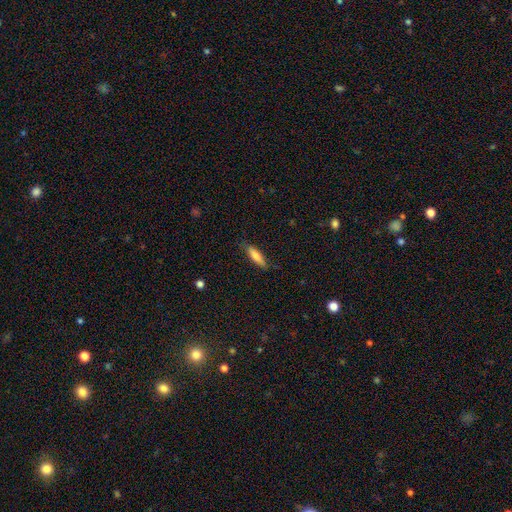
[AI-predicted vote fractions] smooth 77%, featured or disk 16%, star or artifact 6%. Down the decision tree: how rounded — cigar-shaped (63%); merging — none (79%).